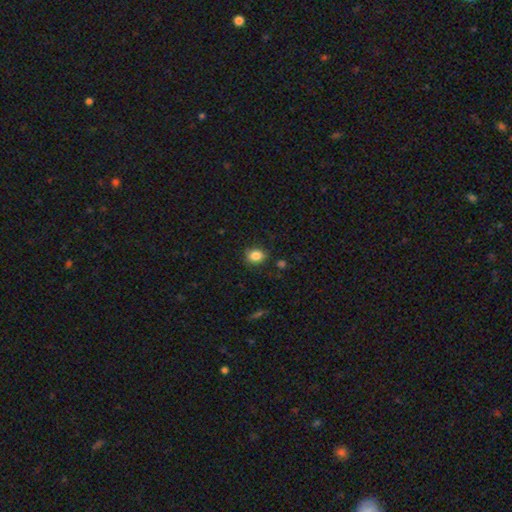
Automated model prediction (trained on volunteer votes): A smooth galaxy with no disk features (85%) that is in between round and cigar-shaped (52%). Merging: none (82%).